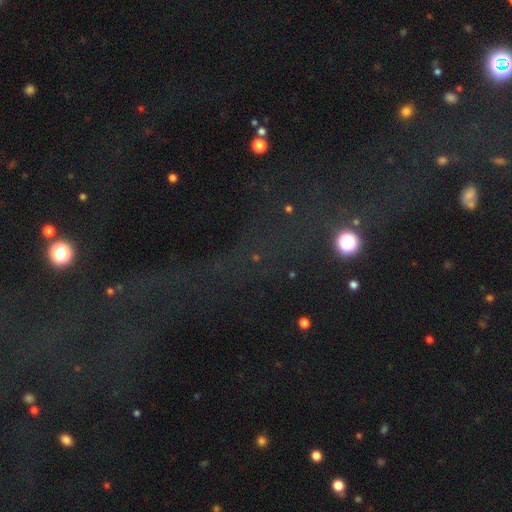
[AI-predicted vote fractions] Q: Smooth or featured?
A: star or artifact (72%); runner-up: smooth (14%)